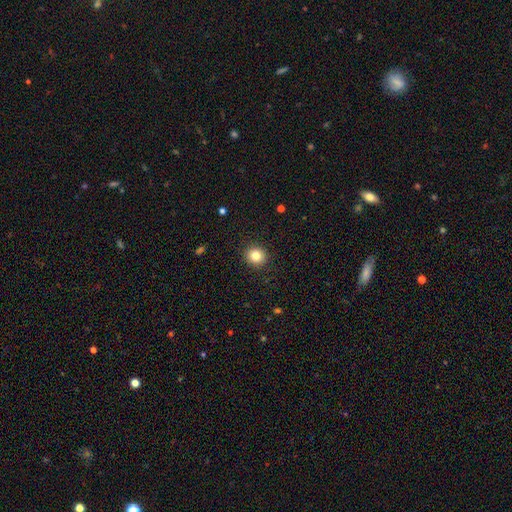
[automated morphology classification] type=smooth (82%); roundness=round (88%); merging=none (91%).